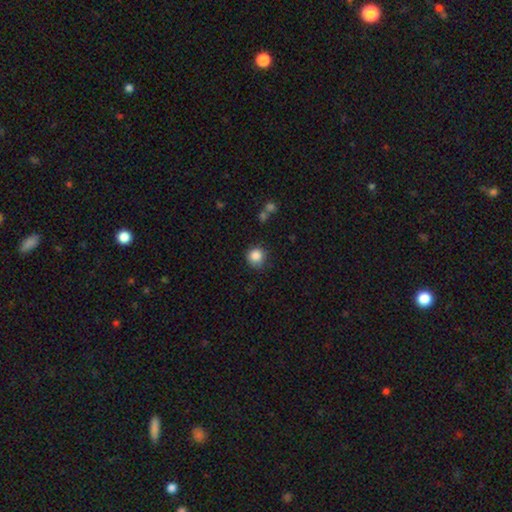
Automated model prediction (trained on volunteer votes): smooth 86%, star or artifact 10%, featured or disk 4%. Down the decision tree: how rounded — round (91%); merging — none (80%).